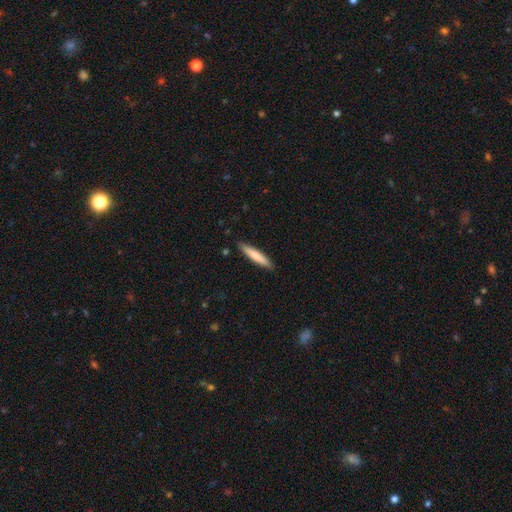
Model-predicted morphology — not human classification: A smooth galaxy with no disk features (76%) that is cigar-shaped (90%). Merging: none (89%).